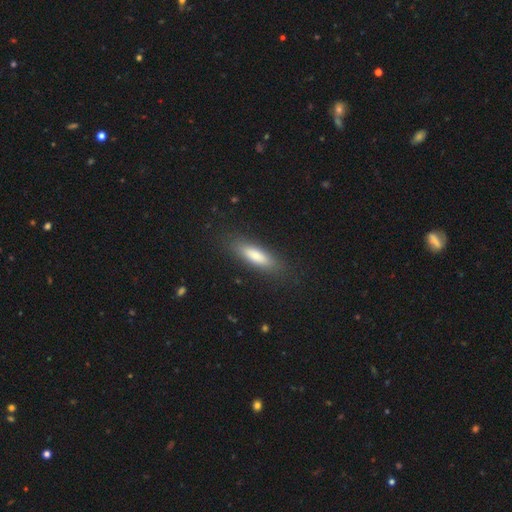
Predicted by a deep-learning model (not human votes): Smooth or featured?
  - smooth: 79% *
  - featured or disk: 14%
  - star or artifact: 7%
How rounded?
  - cigar-shaped: 54% *
  - in between: 45%
  - round: 2%
Merging?
  - none: 85% *
  - minor disturbance: 10%
  - major disturbance: 3%
  - merger: 1%